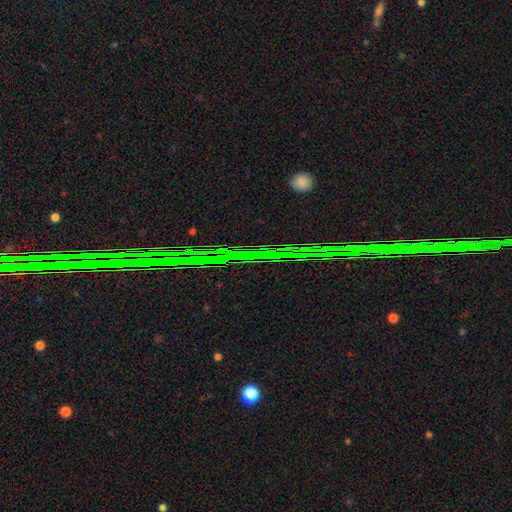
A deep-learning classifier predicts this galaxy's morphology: Q: Smooth or featured?
A: star or artifact (74%); runner-up: featured or disk (15%)